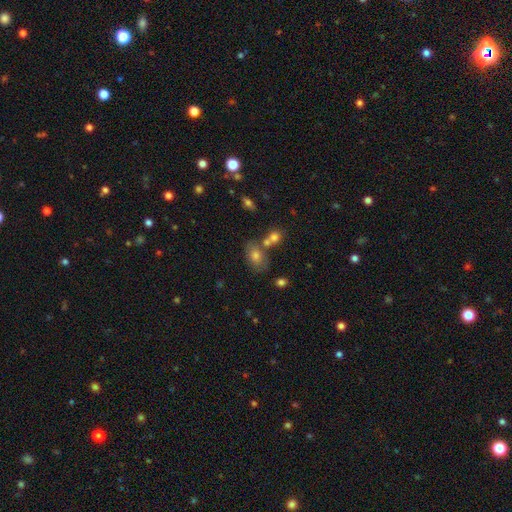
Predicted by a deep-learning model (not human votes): Morphology: type=smooth (73%); roundness=in between (82%); merging=none (56%).